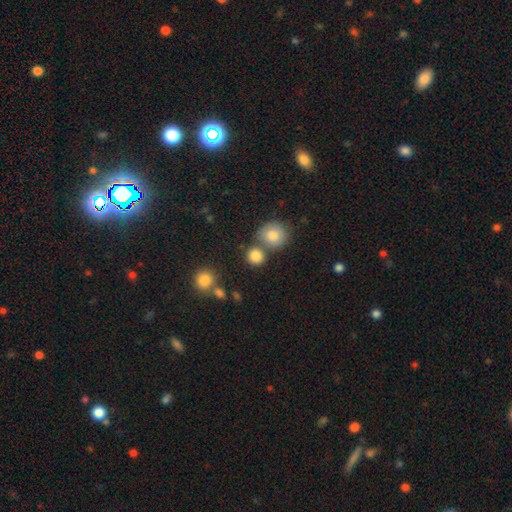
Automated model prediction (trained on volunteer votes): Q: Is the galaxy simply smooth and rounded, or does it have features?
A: smooth — 84%.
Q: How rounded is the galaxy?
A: round — 87%.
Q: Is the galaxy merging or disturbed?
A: none — 63%.